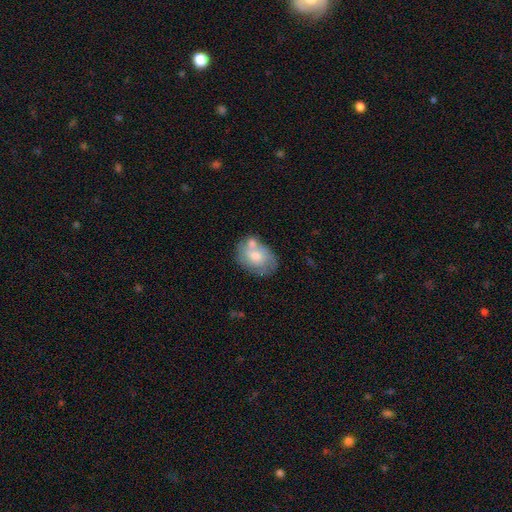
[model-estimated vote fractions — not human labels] smooth 56%, featured or disk 37%, star or artifact 7%. Down the decision tree: how rounded — in between (72%); merging — none (46%).